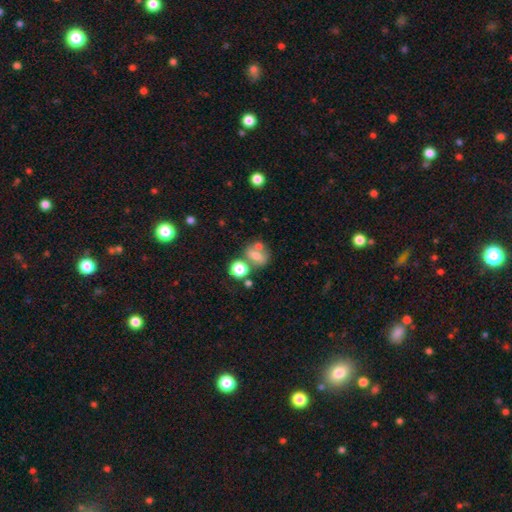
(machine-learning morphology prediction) A smooth galaxy with no disk features (60%) that is in between round and cigar-shaped (51%). Merging: none (47%).